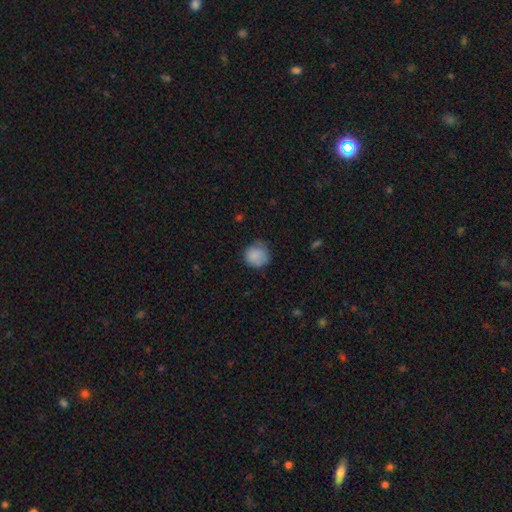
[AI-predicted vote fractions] smooth_or_featured: smooth (p=0.84) [alt: featured or disk p=0.08]
how_rounded: round (p=0.88) [alt: in between p=0.12]
merging: none (p=0.63) [alt: minor disturbance p=0.29]